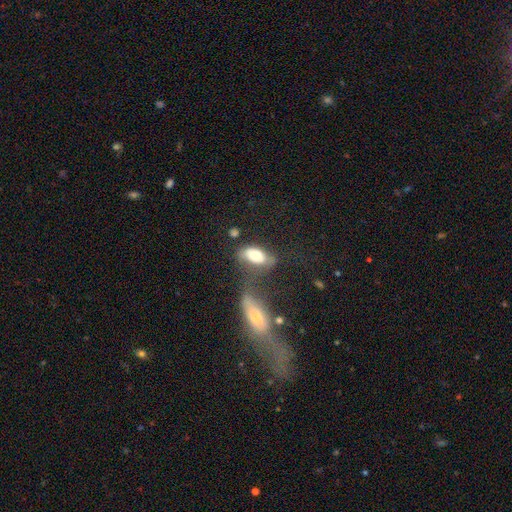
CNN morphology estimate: The model was most divided on "merging": none: 38%, merger: 29%, minor disturbance: 18%, major disturbance: 15%. More confident: how rounded — in between (90%); smooth or featured — smooth (69%).